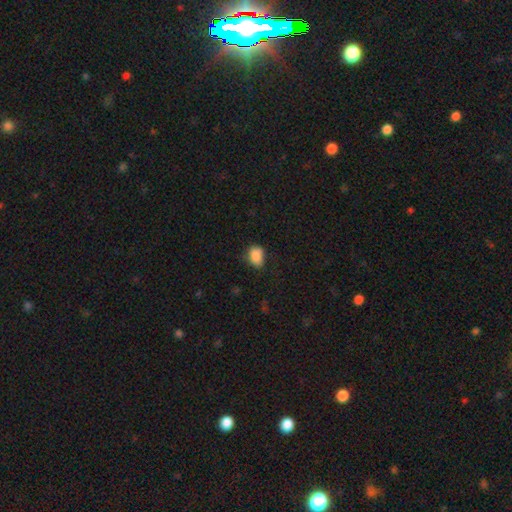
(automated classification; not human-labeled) A smooth galaxy with no disk features (86%) that is in between round and cigar-shaped (74%). Merging: none (63%).